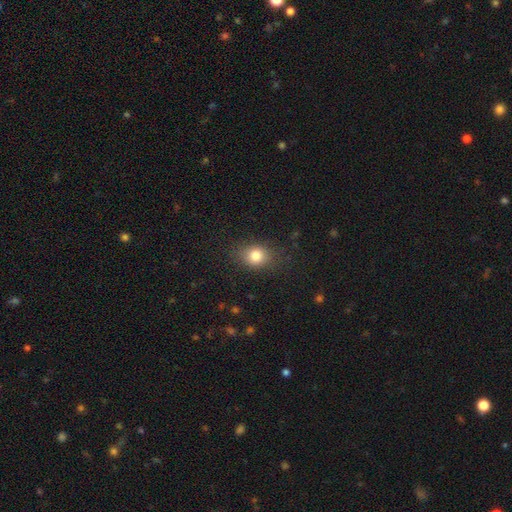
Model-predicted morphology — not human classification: This is clearly a smooth galaxy (82%). How rounded: possibly round (57%). Merging: clearly none (82%).